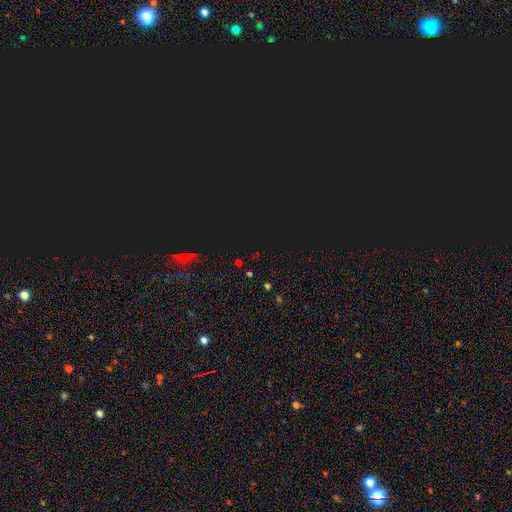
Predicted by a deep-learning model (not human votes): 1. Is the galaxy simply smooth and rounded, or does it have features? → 76% star or artifact, 18% smooth, 7% featured or disk.